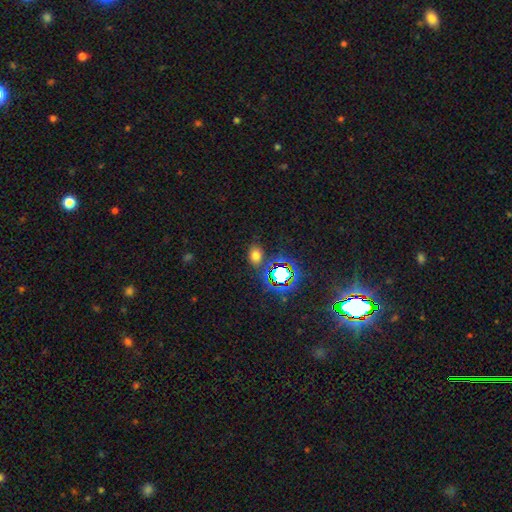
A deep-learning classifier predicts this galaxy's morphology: type=smooth (65%); roundness=in between (63%); merging=none (79%).